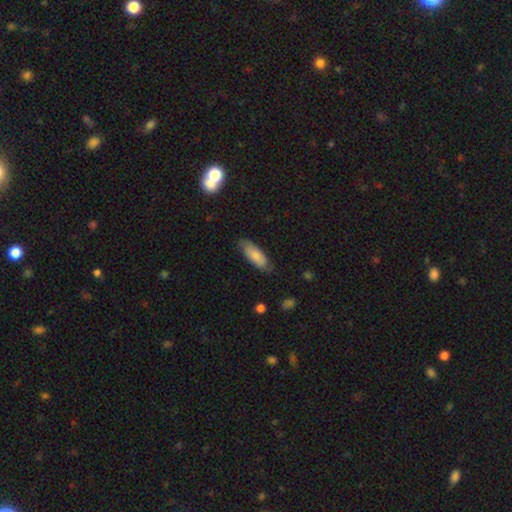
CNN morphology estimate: Q: Smooth or featured?
A: smooth (76%); runner-up: featured or disk (18%)
Q: How rounded?
A: in between (69%); runner-up: cigar-shaped (30%)
Q: Merging?
A: none (77%); runner-up: minor disturbance (18%)